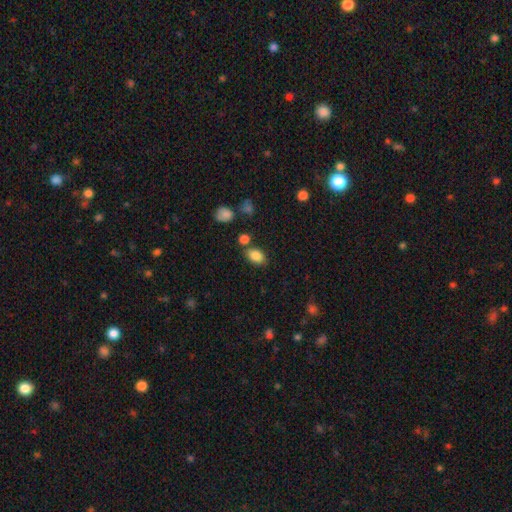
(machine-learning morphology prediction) Overall: smooth (85%). How rounded: in between (83%). Merging: none (75%).